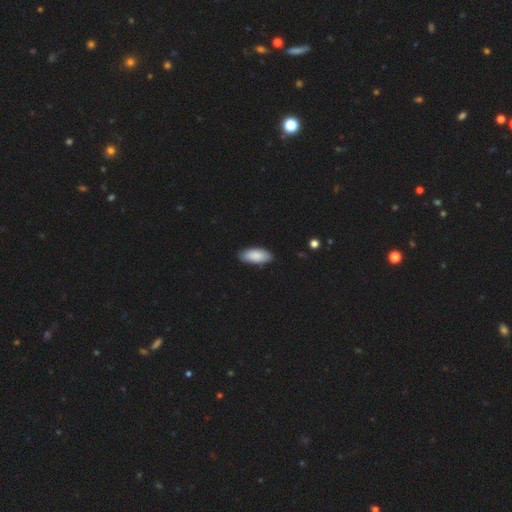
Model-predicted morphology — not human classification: The model was most divided on "merging": none: 87%, minor disturbance: 11%, major disturbance: 2%, merger: 1%. More confident: smooth or featured — smooth (88%); how rounded — in between (88%).